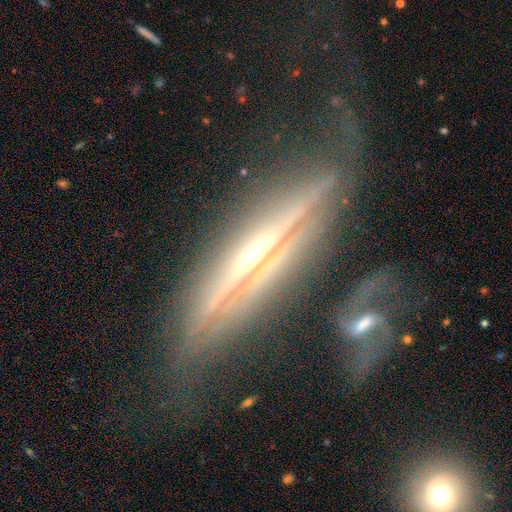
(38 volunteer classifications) Volunteers were most divided on "merging": none: 44%, minor disturbance: 22%, major disturbance: 19%, merger: 14%. More confident: edge-on disk — yes (84%); smooth or featured — featured or disk (84%); edge-on bulge — rounded (74%).